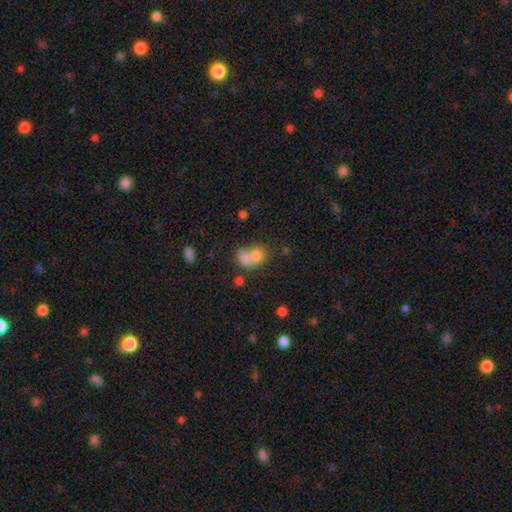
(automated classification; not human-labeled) smooth-or-featured: smooth: 75% | featured or disk: 14% | star or artifact: 11%
  how-rounded: in between: 54% | round: 45% | cigar-shaped: 1%
  merging: merger: 66% | none: 22% | minor disturbance: 7% | major disturbance: 4%